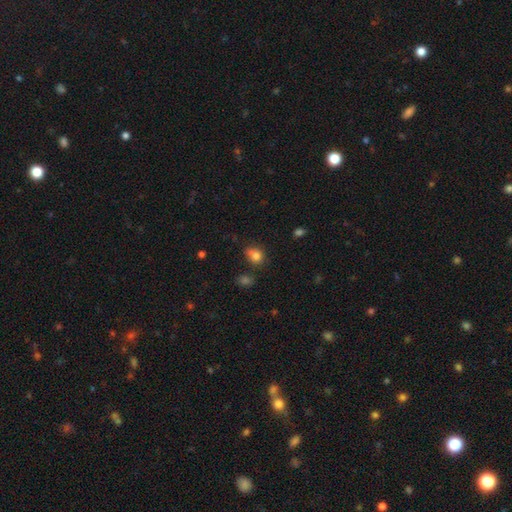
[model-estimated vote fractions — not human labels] smooth 79%, star or artifact 12%, featured or disk 8%. Down the decision tree: how rounded — round (57%); merging — none (51%).